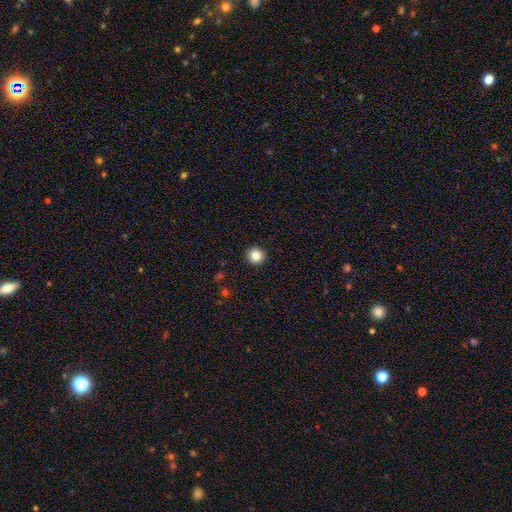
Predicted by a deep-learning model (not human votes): The model was most divided on "smooth or featured": smooth: 84%, star or artifact: 10%, featured or disk: 6%. More confident: how rounded — round (95%); merging — none (93%).